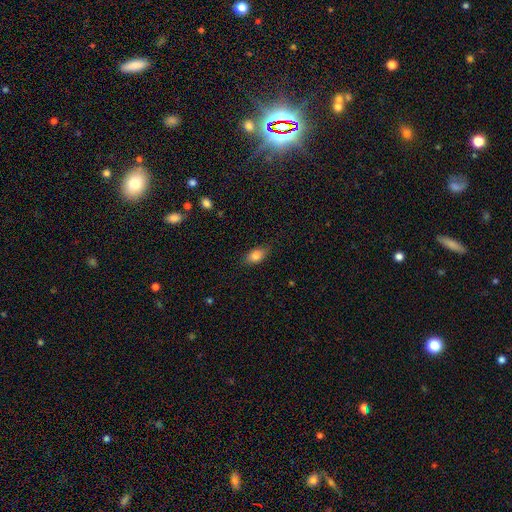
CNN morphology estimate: smooth 82%, featured or disk 9%, star or artifact 8%. Down the decision tree: how rounded — in between (85%); merging — none (79%).